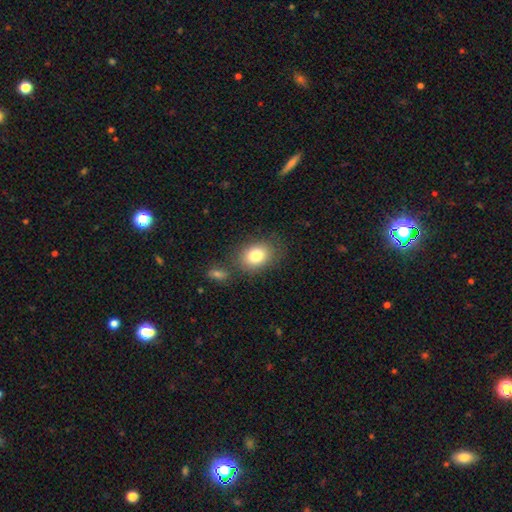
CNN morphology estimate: smooth-or-featured: smooth: 81% | featured or disk: 10% | star or artifact: 9%
  how-rounded: in between: 64% | round: 35% | cigar-shaped: 1%
  merging: none: 73% | minor disturbance: 14% | merger: 9% | major disturbance: 5%